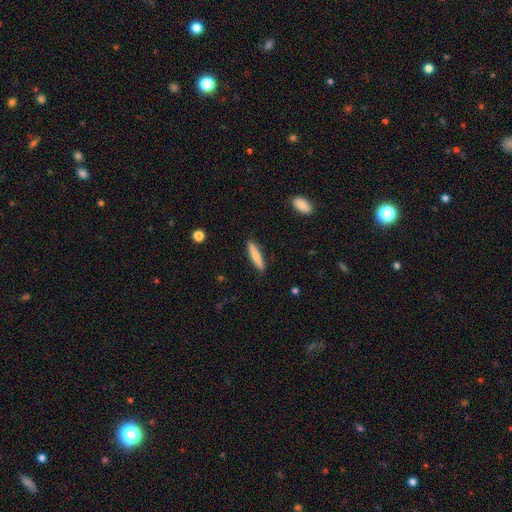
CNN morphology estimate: This is likely a smooth galaxy (73%). How rounded: clearly cigar-shaped (88%). Merging: clearly none (90%).